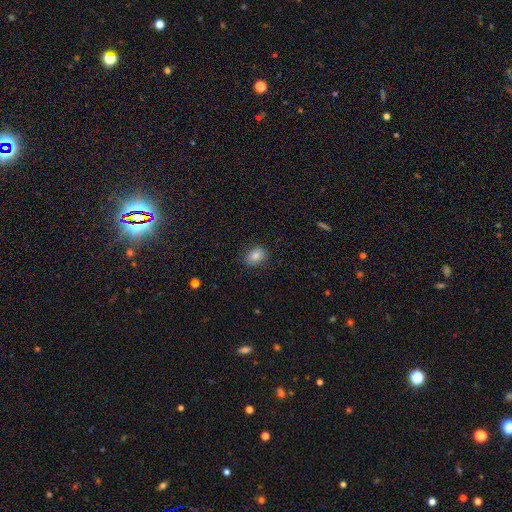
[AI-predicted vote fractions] This appears to be a smooth galaxy with no disk features (82%) that is in between round and cigar-shaped (76%). Merging: none (86%).